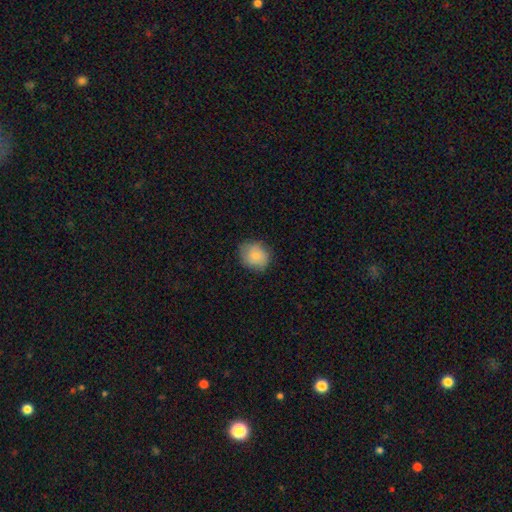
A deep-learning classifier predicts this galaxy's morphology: Q: Smooth or featured?
A: smooth (78%); runner-up: featured or disk (15%)
Q: How rounded?
A: round (74%); runner-up: in between (25%)
Q: Merging?
A: none (75%); runner-up: minor disturbance (20%)